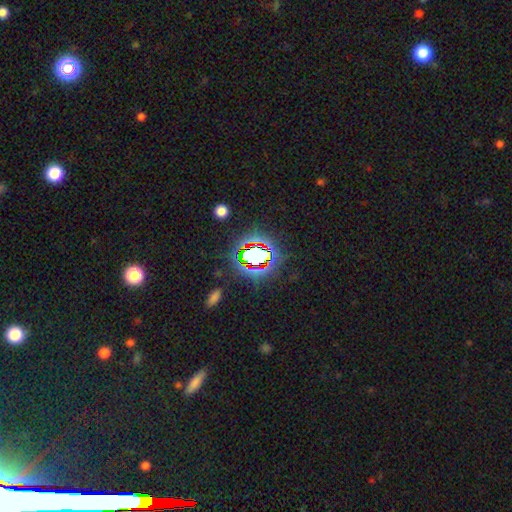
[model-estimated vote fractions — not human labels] Q: Smooth or featured?
A: star or artifact (70%); runner-up: smooth (18%)